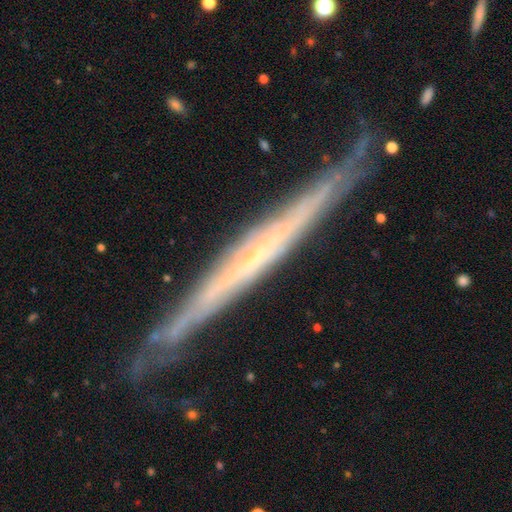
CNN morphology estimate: Overall: featured or disk (78%). Edge-on disk: yes (92%). Edge-on bulge: none (70%). Merging: none (81%).